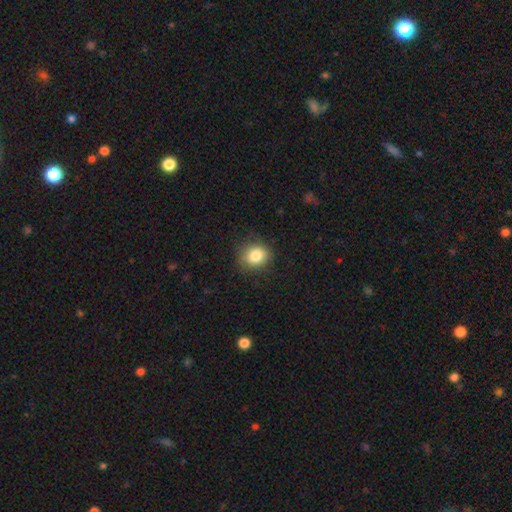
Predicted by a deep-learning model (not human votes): Morphology: type=smooth (84%); roundness=round (71%); merging=none (84%).